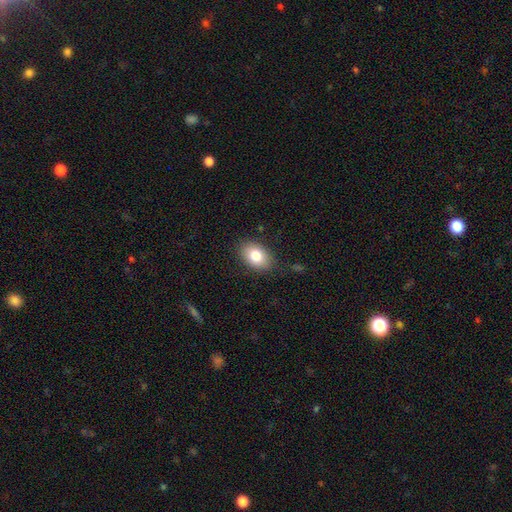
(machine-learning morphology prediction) Smooth or featured? smooth (81%)
How rounded? in between (84%)
Merging? none (83%)